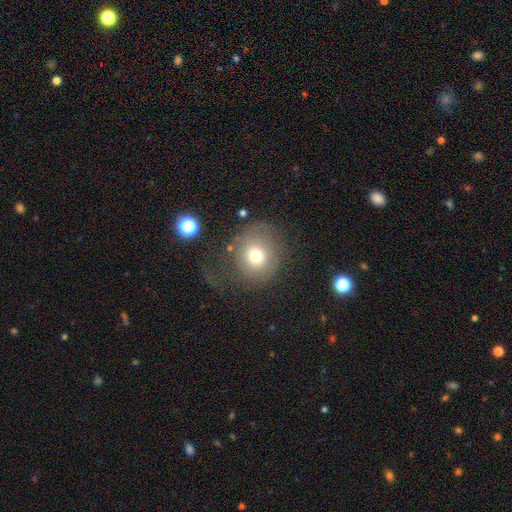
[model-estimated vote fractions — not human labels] A smooth galaxy with no disk features (70%) that is round (84%).

Vote fractions:
- Smooth or featured? smooth: 70% / featured or disk: 18% / star or artifact: 12%
- How rounded? round: 84% / in between: 15% / cigar-shaped: 1%
- Merging? none: 52% / major disturbance: 26% / minor disturbance: 19% / merger: 3%